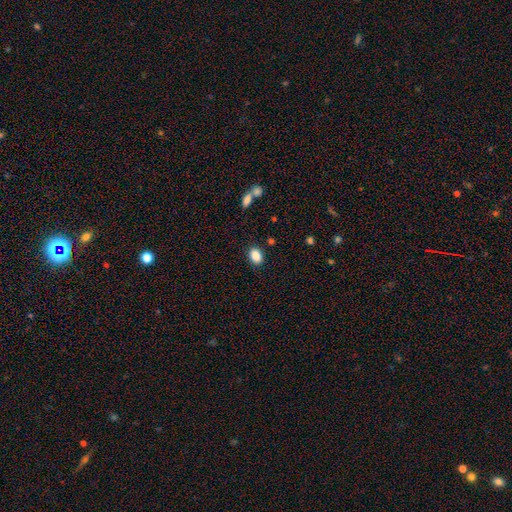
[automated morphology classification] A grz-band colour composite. It shows a smooth galaxy with no disk features (88%) that is in between round and cigar-shaped (79%). Merging: none (86%).